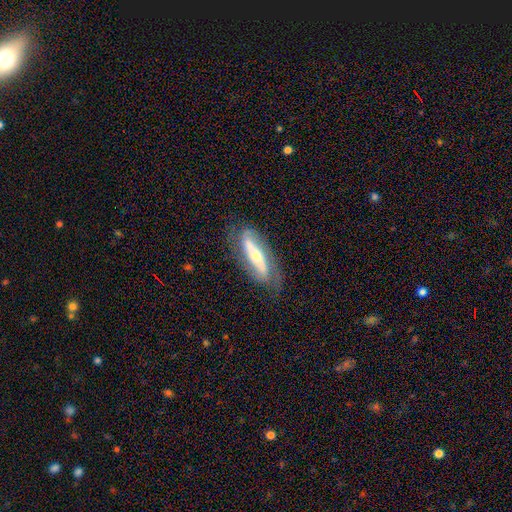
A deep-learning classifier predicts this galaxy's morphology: featured or disk 69%, smooth 25%, star or artifact 6%. Down the decision tree: edge-on disk — no (65%); merging — none (70%).